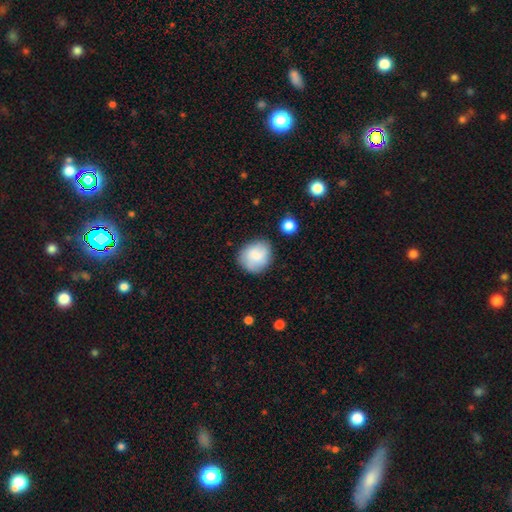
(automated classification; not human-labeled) This is clearly a smooth galaxy (80%). How rounded: likely round (76%). Merging: likely none (77%).